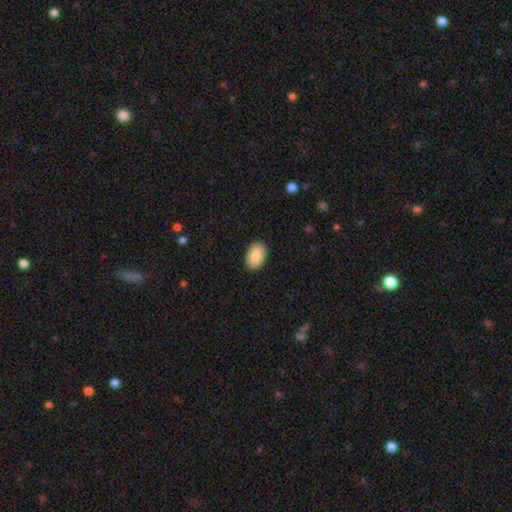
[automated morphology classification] Smooth or featured? smooth (85%)
How rounded? in between (92%)
Merging? none (89%)